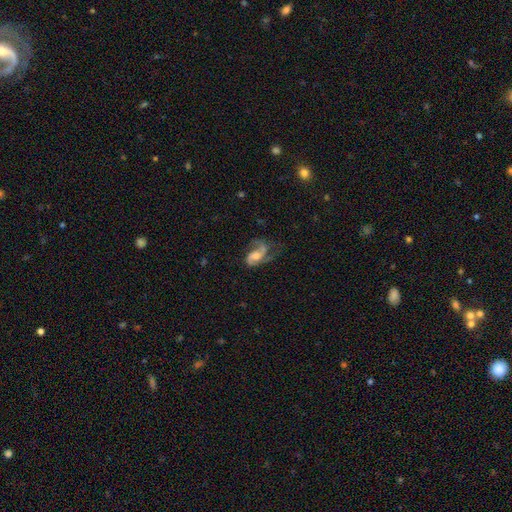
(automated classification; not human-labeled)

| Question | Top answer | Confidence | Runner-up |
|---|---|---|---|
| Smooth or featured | featured or disk | 79% | smooth (13%) |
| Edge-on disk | no | 97% | yes (3%) |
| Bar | no | 51% | weak (38%) |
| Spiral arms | yes | 93% | no (7%) |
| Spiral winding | medium | 46% | loose (38%) |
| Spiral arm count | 2 | 80% | 1 (9%) |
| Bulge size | moderate | 46% | small (27%) |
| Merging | none | 47% | major disturbance (28%) |